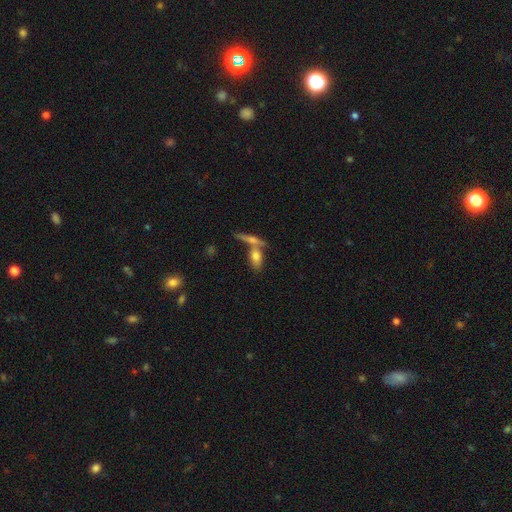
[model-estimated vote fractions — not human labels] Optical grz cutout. It shows a smooth galaxy with no disk features (68%) that is in between round and cigar-shaped (75%). Merging: none (46%).